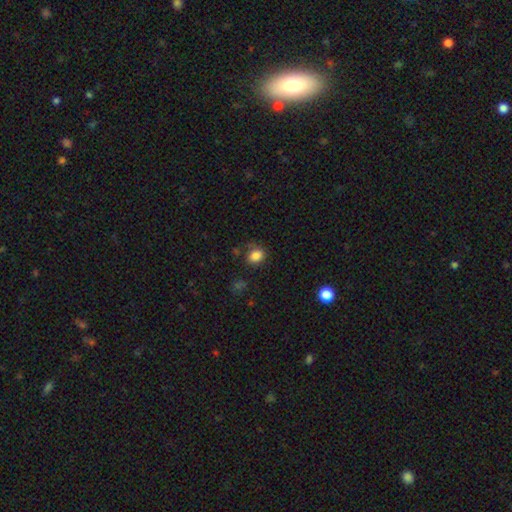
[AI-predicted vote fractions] smooth-or-featured: smooth: 84% | star or artifact: 11% | featured or disk: 5%
  how-rounded: round: 51% | in between: 48% | cigar-shaped: 1%
  merging: none: 74% | minor disturbance: 18% | major disturbance: 5% | merger: 3%